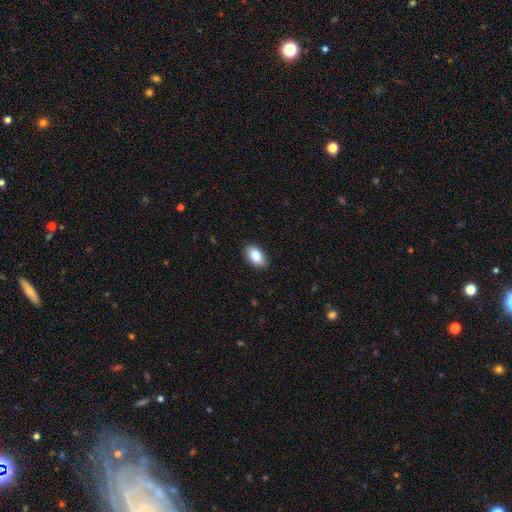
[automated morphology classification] Smooth or featured? smooth (89%)
How rounded? in between (93%)
Merging? none (87%)